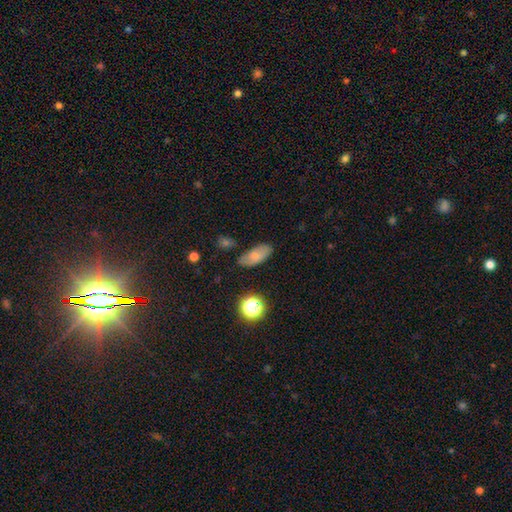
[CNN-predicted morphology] smooth 74%, featured or disk 16%, star or artifact 11%. Down the decision tree: how rounded — in between (85%); merging — none (76%).